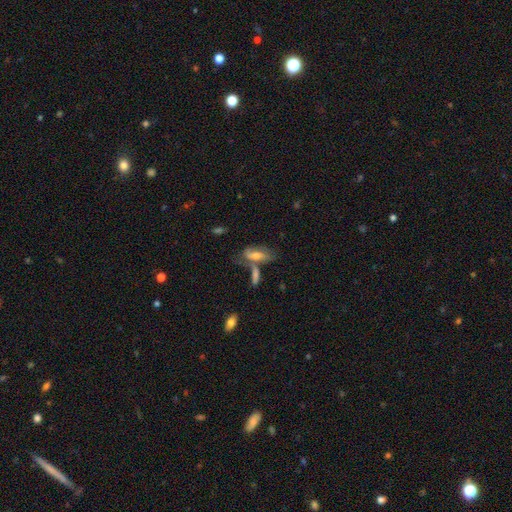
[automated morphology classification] Smooth or featured? smooth (48%)
Merging? none (38%)